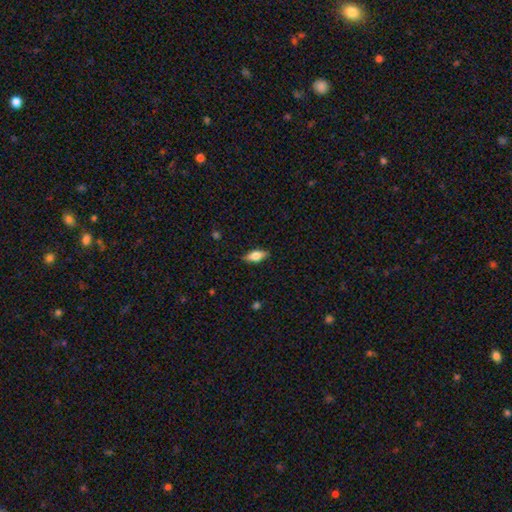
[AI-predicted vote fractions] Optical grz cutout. It shows a smooth galaxy with no disk features (60%) that is in between round and cigar-shaped (73%). Merging: none (86%).